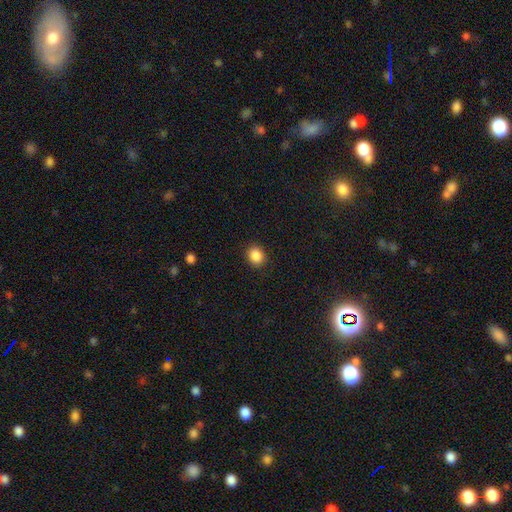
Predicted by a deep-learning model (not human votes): Smooth or featured?
  - smooth: 88% *
  - star or artifact: 9%
  - featured or disk: 3%
How rounded?
  - round: 63% *
  - in between: 36%
  - cigar-shaped: 1%
Merging?
  - none: 89% *
  - minor disturbance: 7%
  - major disturbance: 2%
  - merger: 1%